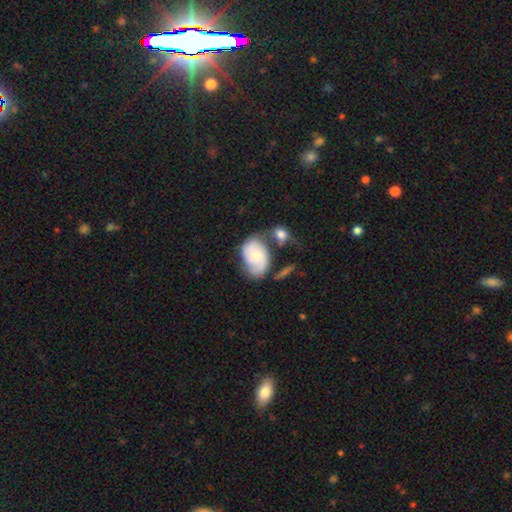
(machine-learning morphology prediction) smooth-or-featured: smooth: 49% | featured or disk: 44% | star or artifact: 7%
  merging: none: 39% | merger: 26% | minor disturbance: 22% | major disturbance: 13%